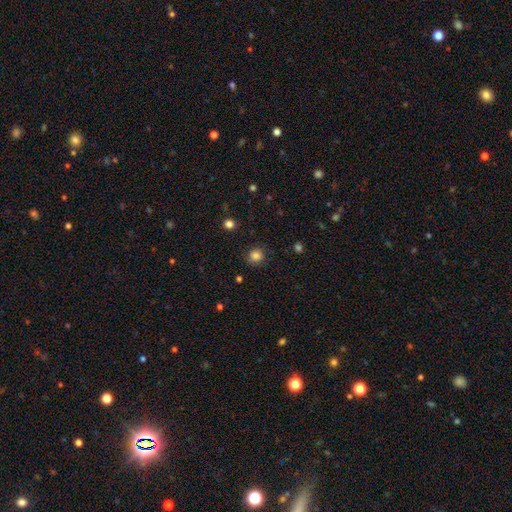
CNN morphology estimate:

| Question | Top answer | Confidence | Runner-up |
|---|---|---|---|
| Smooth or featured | smooth | 84% | star or artifact (12%) |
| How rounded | round | 89% | in between (10%) |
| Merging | none | 86% | minor disturbance (10%) |